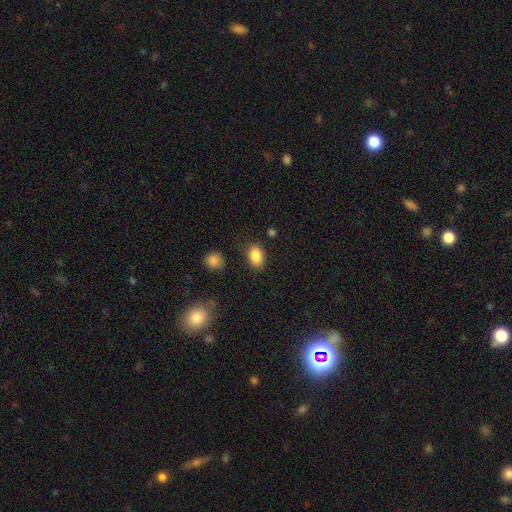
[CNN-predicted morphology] smooth-or-featured: smooth: 86% | star or artifact: 8% | featured or disk: 6%
  how-rounded: in between: 82% | round: 17% | cigar-shaped: 1%
  merging: none: 81% | minor disturbance: 12% | major disturbance: 3% | merger: 3%